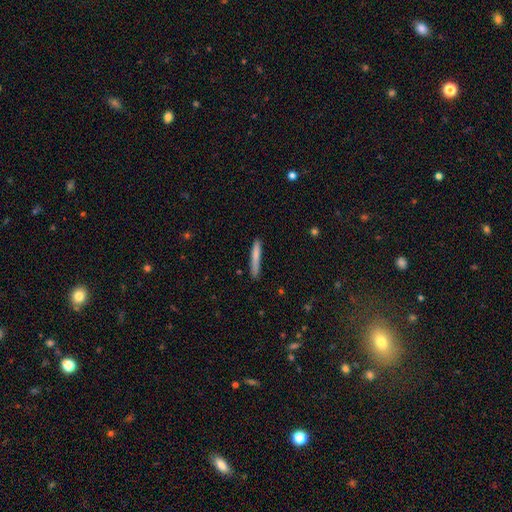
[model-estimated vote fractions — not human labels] This appears to be a smooth galaxy with no disk features (78%) that is cigar-shaped (95%). Merging: none (83%).